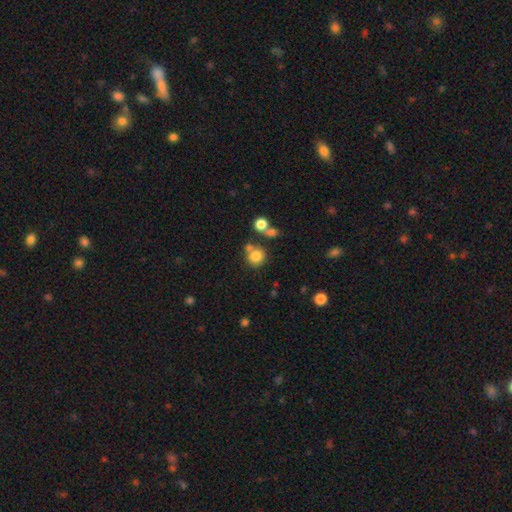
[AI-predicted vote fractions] Smooth or featured? smooth (80%)
How rounded? round (89%)
Merging? none (64%)